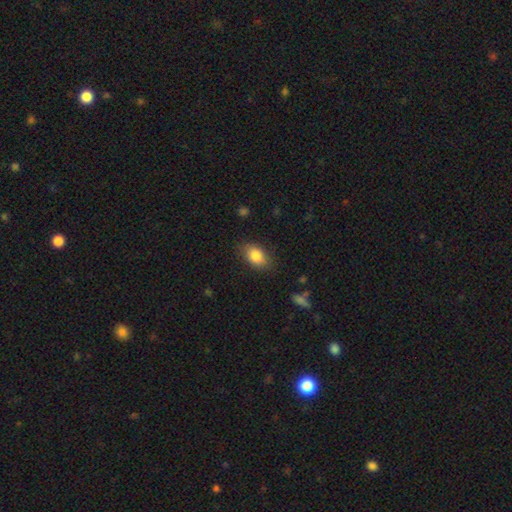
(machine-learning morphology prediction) smooth-or-featured: smooth: 84% | featured or disk: 9% | star or artifact: 7%
  how-rounded: in between: 87% | round: 11% | cigar-shaped: 2%
  merging: none: 81% | minor disturbance: 14% | major disturbance: 4% | merger: 1%